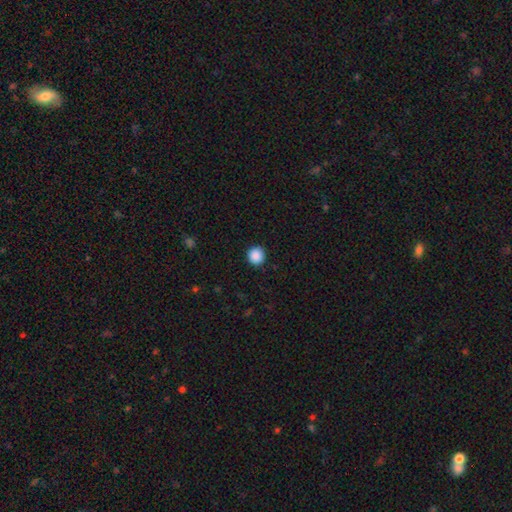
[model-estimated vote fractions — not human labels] Smooth or featured? smooth (88%)
How rounded? round (93%)
Merging? none (92%)